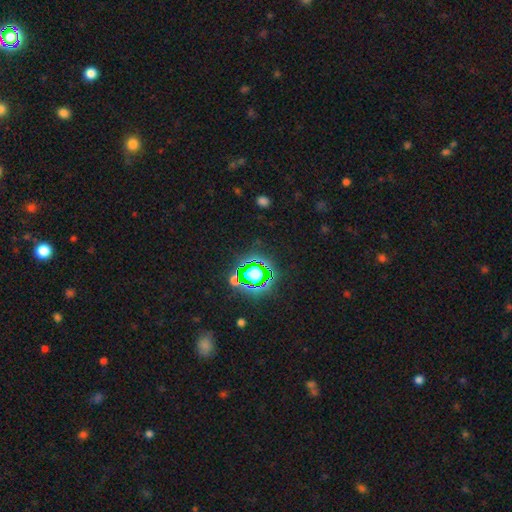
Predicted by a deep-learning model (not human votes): star or artifact 79%, smooth 13%, featured or disk 8%.